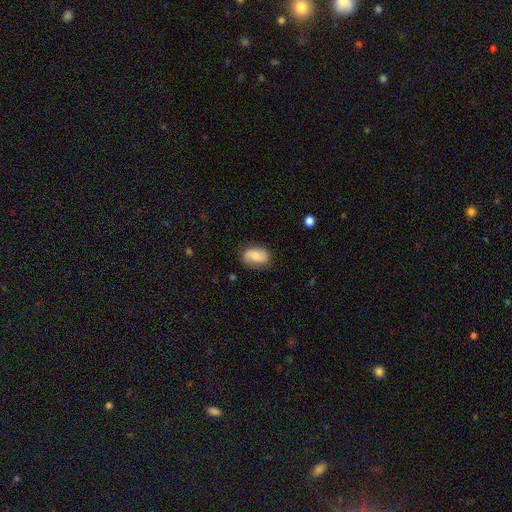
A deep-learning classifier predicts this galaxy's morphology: Overall: smooth (61%; featured or disk 32%). How rounded: in between (87%). Merging: none (78%).